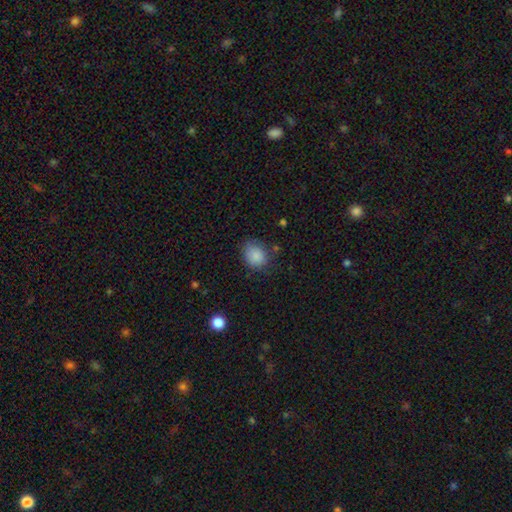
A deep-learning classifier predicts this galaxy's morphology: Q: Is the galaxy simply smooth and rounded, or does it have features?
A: smooth — 86%.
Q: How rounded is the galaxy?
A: round — 57%.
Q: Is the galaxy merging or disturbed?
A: none — 70%.